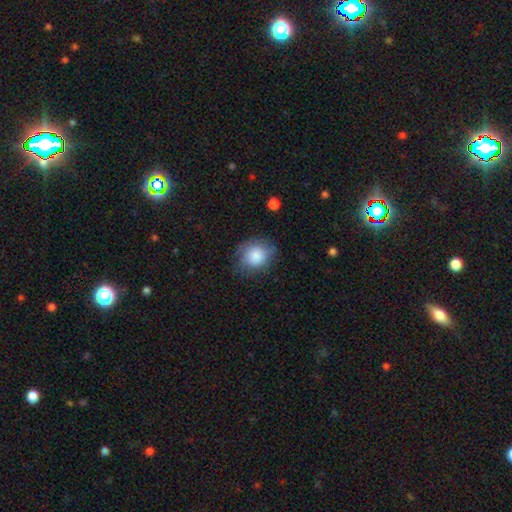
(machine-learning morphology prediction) Smooth or featured? Predicted: smooth (p=0.84). How rounded? Predicted: round (p=0.68). Merging? Predicted: none (p=0.71).